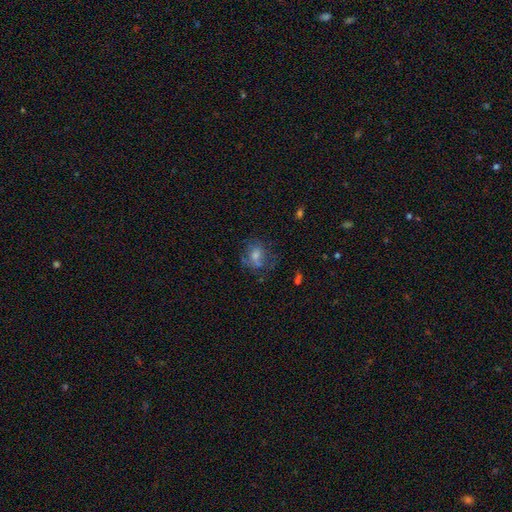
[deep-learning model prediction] smooth 56%, featured or disk 32%, star or artifact 12%. Down the decision tree: how rounded — round (51%); merging — none (51%).